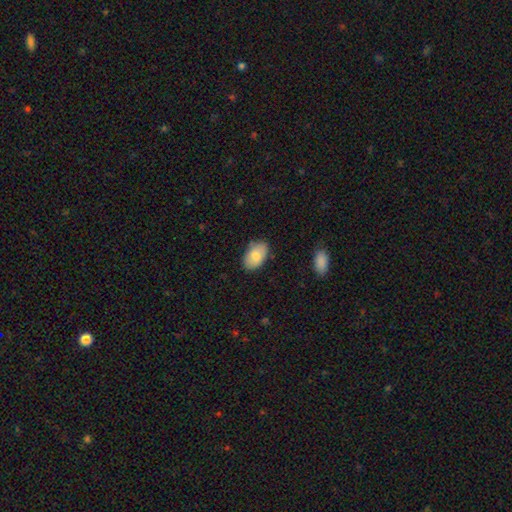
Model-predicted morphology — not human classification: Overall: smooth (80%). How rounded: in between (92%). Merging: none (82%).